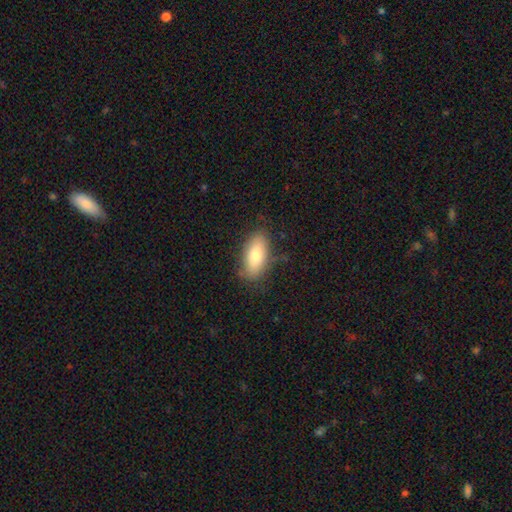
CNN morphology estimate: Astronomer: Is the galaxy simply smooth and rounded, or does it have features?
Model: smooth — 77%.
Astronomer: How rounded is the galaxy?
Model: in between — 87%.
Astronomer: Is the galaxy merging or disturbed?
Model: none — 81%.